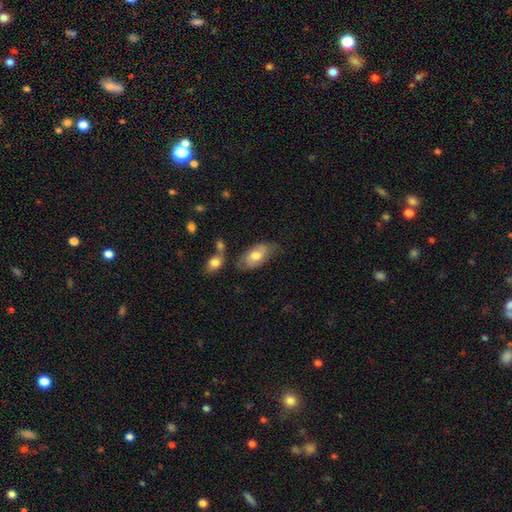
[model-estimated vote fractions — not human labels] Smooth or featured?
  - smooth: 66% *
  - featured or disk: 28%
  - star or artifact: 6%
How rounded?
  - in between: 93% *
  - round: 4%
  - cigar-shaped: 4%
Merging?
  - none: 59% *
  - minor disturbance: 25%
  - merger: 8%
  - major disturbance: 8%